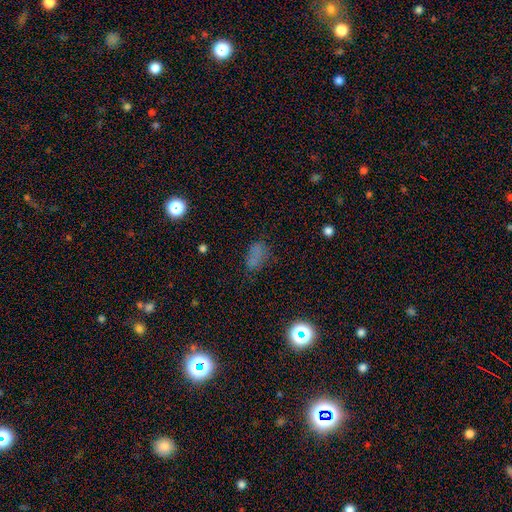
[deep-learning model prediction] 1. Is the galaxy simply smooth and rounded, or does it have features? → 63% smooth, 26% star or artifact, 11% featured or disk.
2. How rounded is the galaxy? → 85% in between, 12% round, 4% cigar-shaped.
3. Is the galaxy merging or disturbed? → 62% none, 23% minor disturbance, 12% major disturbance, 4% merger.